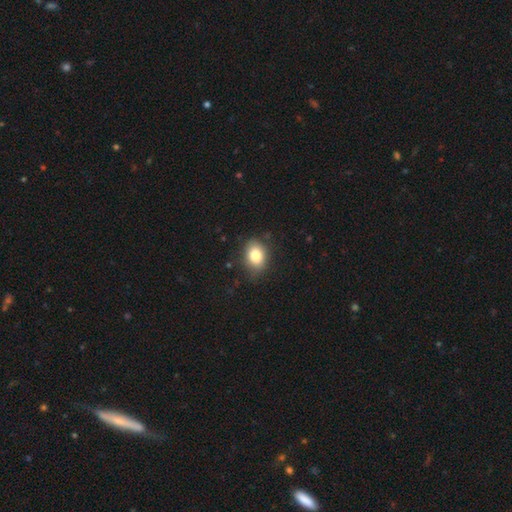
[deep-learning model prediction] Smooth or featured?
  - smooth: 81% *
  - star or artifact: 10%
  - featured or disk: 9%
How rounded?
  - in between: 65% *
  - round: 34%
  - cigar-shaped: 1%
Merging?
  - none: 80% *
  - minor disturbance: 15%
  - major disturbance: 3%
  - merger: 1%